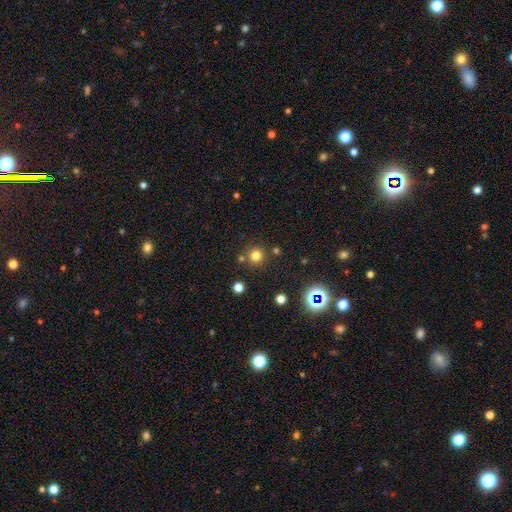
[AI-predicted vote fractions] Smooth or featured?
  - smooth: 76% *
  - star or artifact: 18%
  - featured or disk: 6%
How rounded?
  - round: 94% *
  - in between: 5%
  - cigar-shaped: 1%
Merging?
  - none: 80% *
  - merger: 10%
  - minor disturbance: 7%
  - major disturbance: 3%